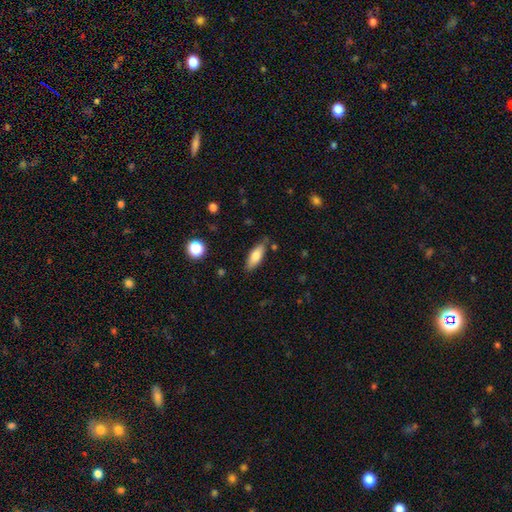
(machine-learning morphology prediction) A smooth galaxy with no disk features (77%) that is in between round and cigar-shaped (67%).

Vote fractions:
- Smooth or featured? smooth: 77% / featured or disk: 16% / star or artifact: 7%
- How rounded? in between: 67% / cigar-shaped: 31% / round: 2%
- Merging? none: 79% / minor disturbance: 15% / major disturbance: 3% / merger: 3%